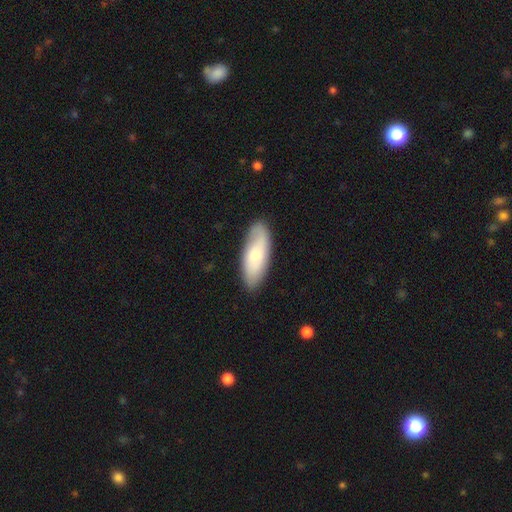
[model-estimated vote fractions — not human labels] smooth-or-featured: smooth: 67% | featured or disk: 27% | star or artifact: 6%
  how-rounded: in between: 73% | cigar-shaped: 25% | round: 2%
  merging: none: 82% | minor disturbance: 14% | major disturbance: 3% | merger: 1%